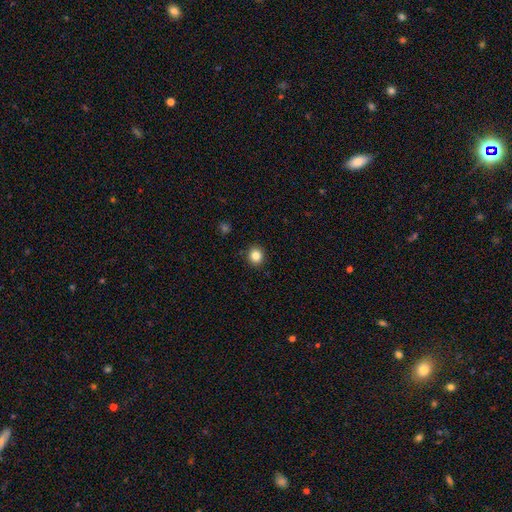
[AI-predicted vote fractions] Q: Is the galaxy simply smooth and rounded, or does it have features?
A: smooth — 85%.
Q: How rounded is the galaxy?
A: round — 84%.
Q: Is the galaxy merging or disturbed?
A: none — 91%.